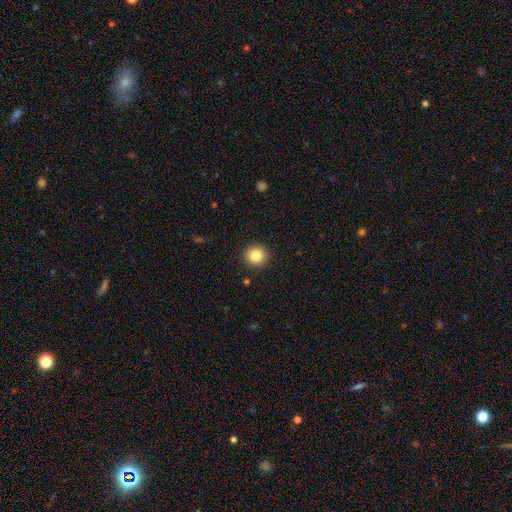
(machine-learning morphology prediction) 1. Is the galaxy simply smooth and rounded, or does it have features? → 85% smooth, 10% star or artifact, 5% featured or disk.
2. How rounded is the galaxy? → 92% round, 7% in between, 1% cigar-shaped.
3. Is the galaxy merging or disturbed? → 92% none, 5% minor disturbance, 2% major disturbance, 1% merger.